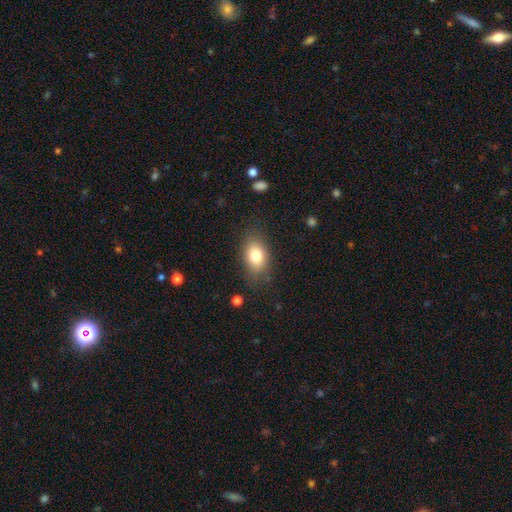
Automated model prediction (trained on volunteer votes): A smooth galaxy with no disk features (80%) that is in between round and cigar-shaped (81%). Merging: none (80%).